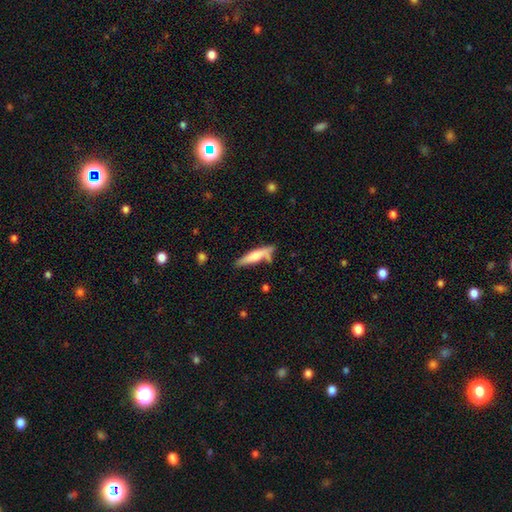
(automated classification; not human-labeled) Smooth or featured? Predicted: smooth (p=0.62). How rounded? Predicted: cigar-shaped (p=0.80). Merging? Predicted: none (p=0.61).